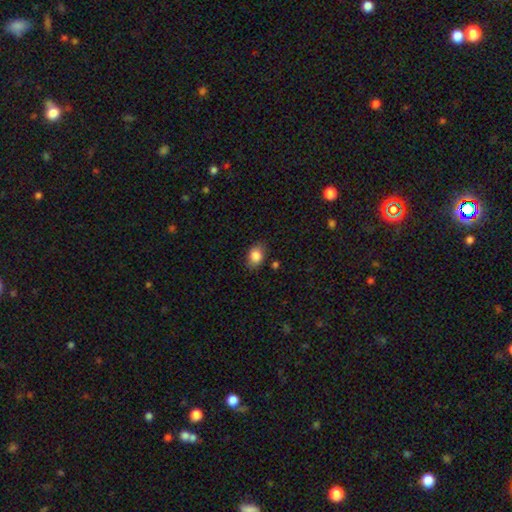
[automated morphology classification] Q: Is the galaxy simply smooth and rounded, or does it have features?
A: smooth — 85%.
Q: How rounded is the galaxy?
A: in between — 69%.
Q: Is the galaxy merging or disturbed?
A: none — 79%.